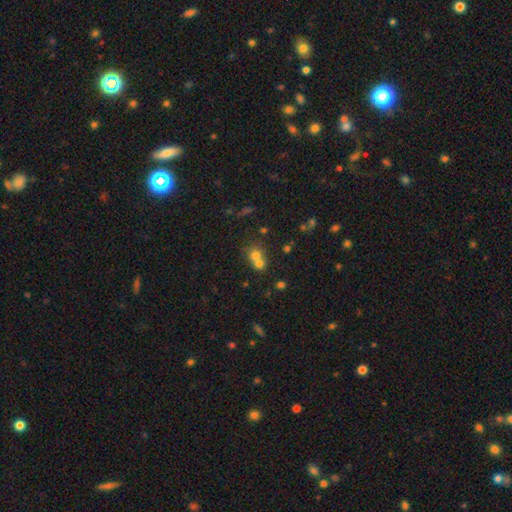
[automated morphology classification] A smooth galaxy with no disk features (66%) that is round (78%). Merging: merger (61%).